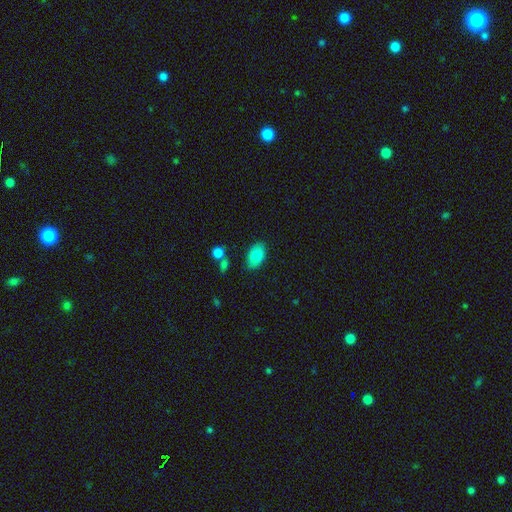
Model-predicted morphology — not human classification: Smooth or featured? smooth (81%)
How rounded? in between (91%)
Merging? none (80%)